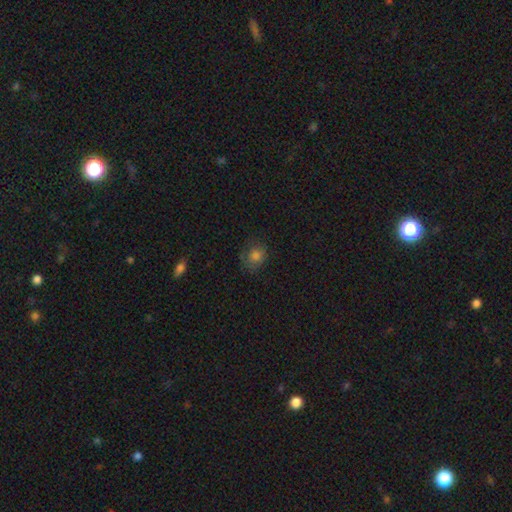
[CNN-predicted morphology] Smooth or featured?
  - smooth: 76% *
  - star or artifact: 13%
  - featured or disk: 11%
How rounded?
  - round: 68% *
  - in between: 31%
  - cigar-shaped: 1%
Merging?
  - none: 70% *
  - minor disturbance: 21%
  - major disturbance: 7%
  - merger: 1%